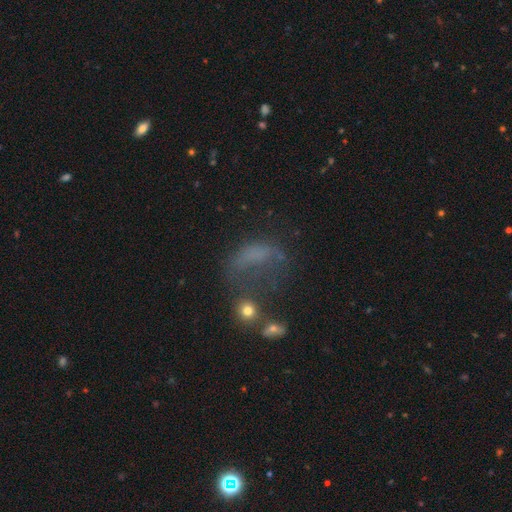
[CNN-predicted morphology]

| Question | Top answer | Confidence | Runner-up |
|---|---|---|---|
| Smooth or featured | smooth | 43% | featured or disk (34%) |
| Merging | major disturbance | 46% | none (24%) |